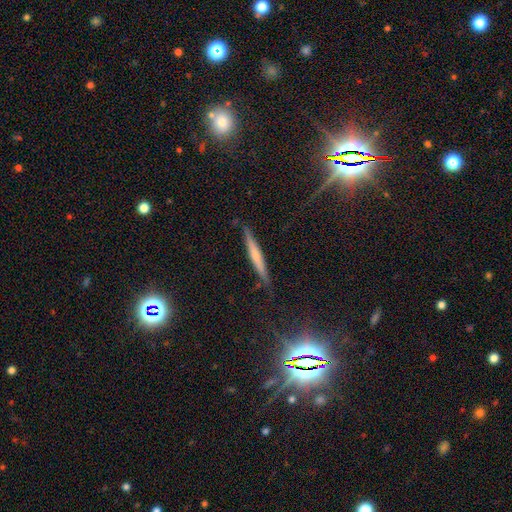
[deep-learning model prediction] This appears to be a featured or disk galaxy (50%). Merging: none (86%).